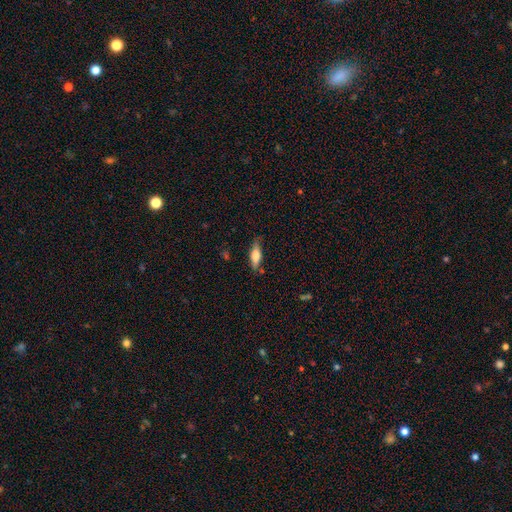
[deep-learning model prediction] smooth-or-featured: smooth: 62% | featured or disk: 31% | star or artifact: 7%
  how-rounded: in between: 52% | cigar-shaped: 46% | round: 2%
  merging: none: 74% | minor disturbance: 19% | major disturbance: 4% | merger: 3%